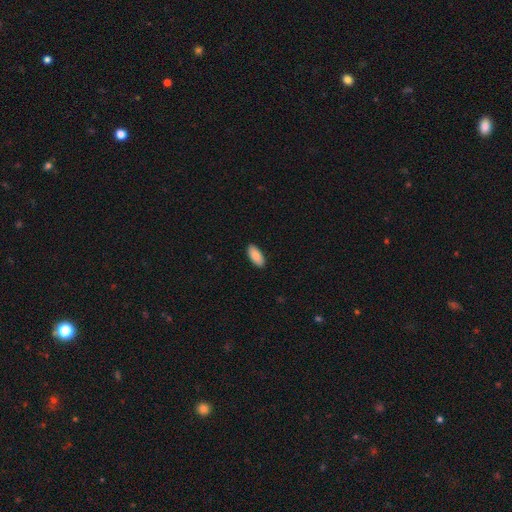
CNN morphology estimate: Smooth or featured?
  - smooth: 87% *
  - featured or disk: 7%
  - star or artifact: 6%
How rounded?
  - in between: 90% *
  - cigar-shaped: 8%
  - round: 2%
Merging?
  - none: 90% *
  - minor disturbance: 7%
  - major disturbance: 2%
  - merger: 1%